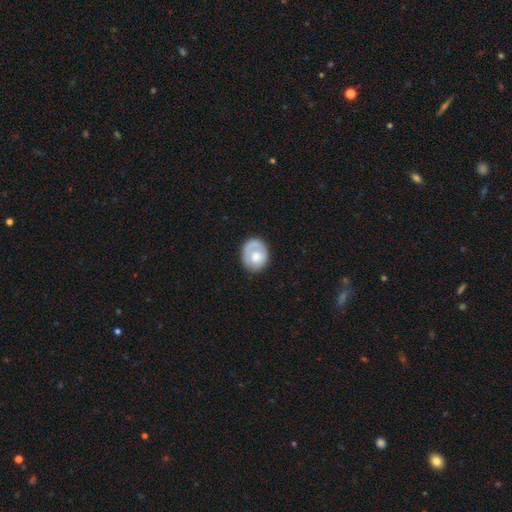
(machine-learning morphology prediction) Smooth or featured? Predicted: smooth (p=0.60). How rounded? Predicted: round (p=0.51). Merging? Predicted: none (p=0.64).